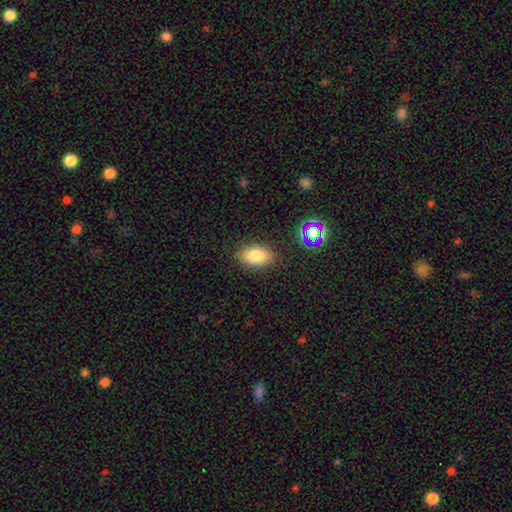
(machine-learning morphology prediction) Smooth or featured? smooth (80%)
How rounded? in between (90%)
Merging? none (85%)